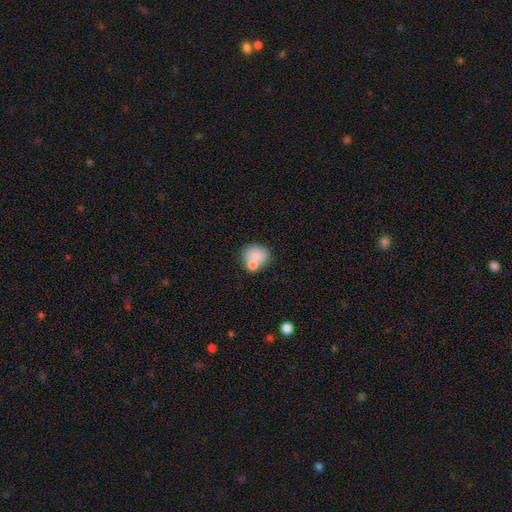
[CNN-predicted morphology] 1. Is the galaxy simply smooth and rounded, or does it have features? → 77% smooth, 14% featured or disk, 9% star or artifact.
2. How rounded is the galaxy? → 65% round, 34% in between, 1% cigar-shaped.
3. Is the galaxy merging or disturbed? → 49% none, 31% merger, 15% minor disturbance, 6% major disturbance.